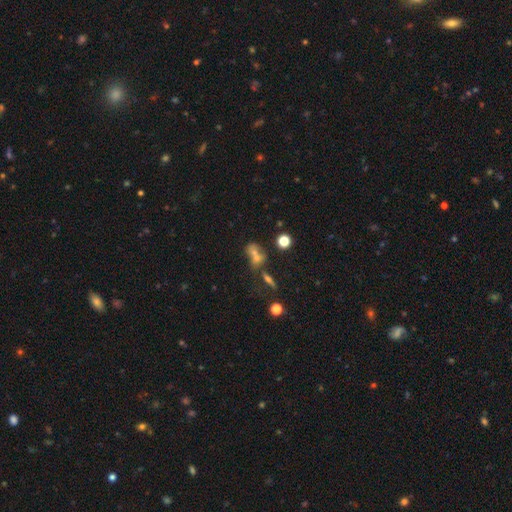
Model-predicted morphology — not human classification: Overall: smooth (56%; featured or disk 25%). How rounded: in between (54%; round 39%). Merging: merger (52%; none 30%).